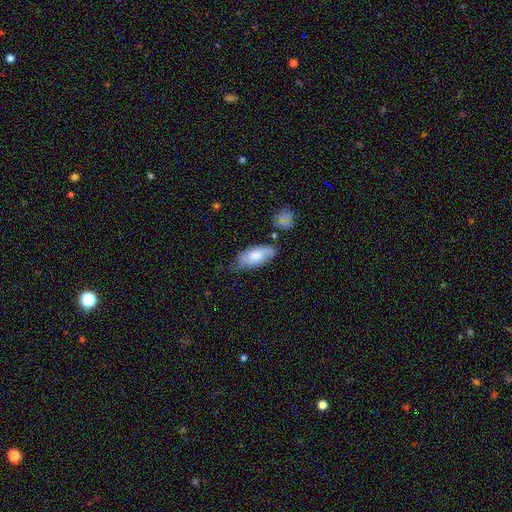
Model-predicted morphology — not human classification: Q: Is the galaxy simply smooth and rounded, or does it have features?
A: smooth — 67%.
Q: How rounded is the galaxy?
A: in between — 86%.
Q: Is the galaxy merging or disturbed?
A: none — 60%.